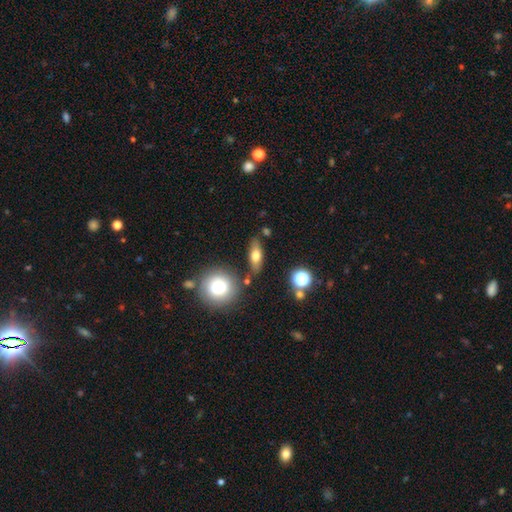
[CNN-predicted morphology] Q: Smooth or featured?
A: smooth (63%); runner-up: featured or disk (28%)
Q: How rounded?
A: in between (61%); runner-up: cigar-shaped (27%)
Q: Merging?
A: none (78%); runner-up: minor disturbance (13%)